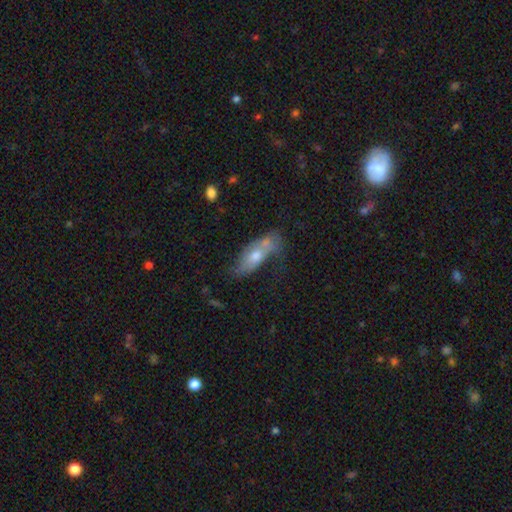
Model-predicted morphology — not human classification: smooth_or_featured: smooth (p=0.51) [alt: featured or disk p=0.41]
how_rounded: in between (p=0.68) [alt: cigar-shaped p=0.28]
merging: none (p=0.39) [alt: minor disturbance p=0.25]